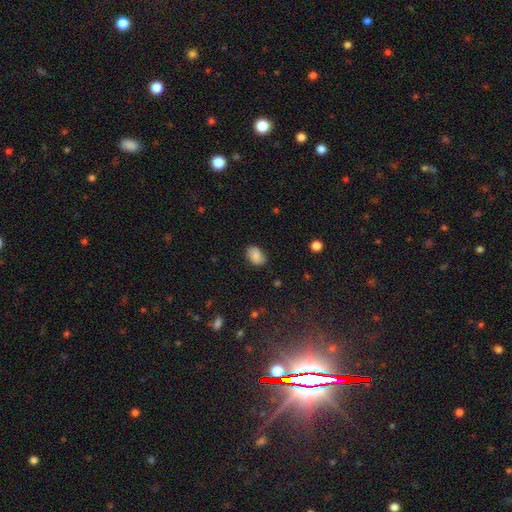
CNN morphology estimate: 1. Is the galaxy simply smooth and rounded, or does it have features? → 78% smooth, 14% featured or disk, 9% star or artifact.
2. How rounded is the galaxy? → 85% in between, 14% round, 1% cigar-shaped.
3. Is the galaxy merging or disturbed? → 71% none, 22% minor disturbance, 5% major disturbance, 2% merger.